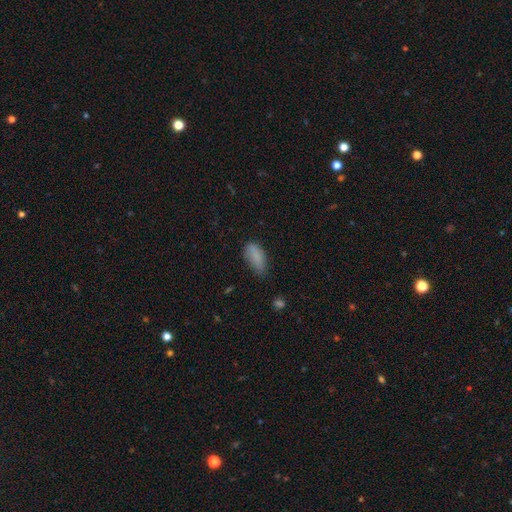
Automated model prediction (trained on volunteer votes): smooth-or-featured: smooth: 84% | featured or disk: 8% | star or artifact: 8%
  how-rounded: in between: 82% | cigar-shaped: 16% | round: 2%
  merging: none: 57% | minor disturbance: 33% | major disturbance: 8% | merger: 2%